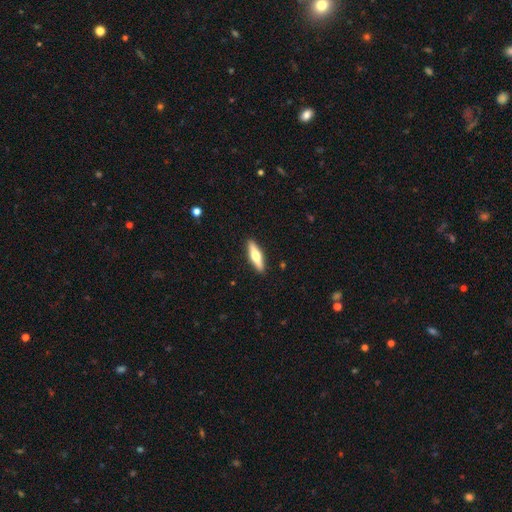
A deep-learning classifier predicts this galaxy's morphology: Smooth or featured: featured or disk — 49% (smooth — 46%)
Merging: none — 91% (minor disturbance — 6%)